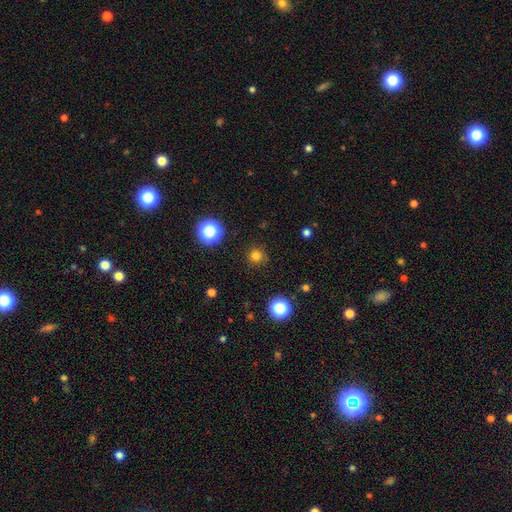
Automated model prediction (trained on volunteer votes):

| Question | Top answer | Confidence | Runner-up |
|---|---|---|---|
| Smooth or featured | smooth | 77% | star or artifact (18%) |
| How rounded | round | 95% | in between (4%) |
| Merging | none | 87% | minor disturbance (9%) |